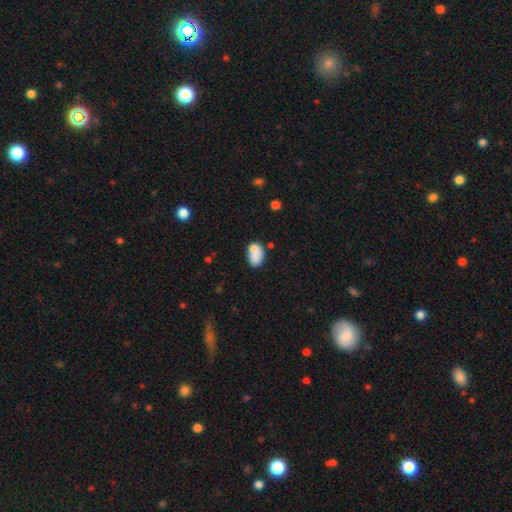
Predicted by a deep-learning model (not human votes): This appears to be a smooth galaxy with no disk features (77%) that is in between round and cigar-shaped (81%). Merging: none (40%).